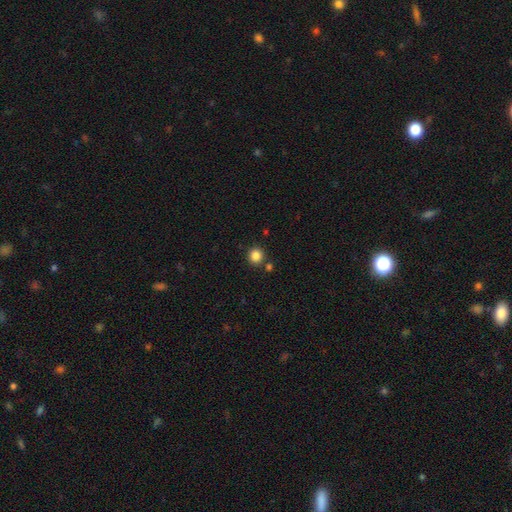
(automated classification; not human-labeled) Overall: smooth (85%). How rounded: round (92%). Merging: none (86%).